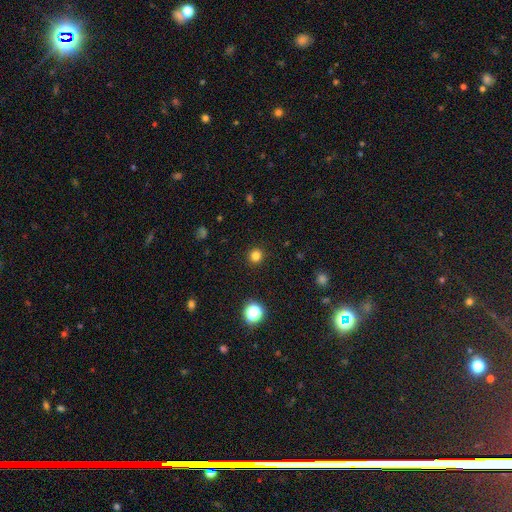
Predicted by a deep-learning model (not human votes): Smooth or featured? Predicted: smooth (p=0.80). How rounded? Predicted: round (p=0.95). Merging? Predicted: none (p=0.92).